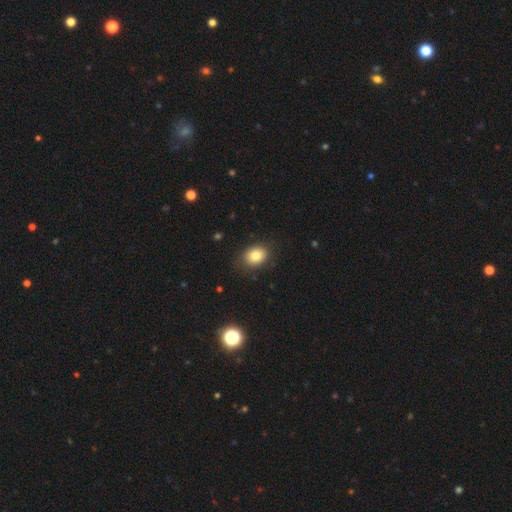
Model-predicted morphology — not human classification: Smooth or featured?
  - smooth: 83% *
  - star or artifact: 10%
  - featured or disk: 8%
How rounded?
  - in between: 61% *
  - round: 39%
  - cigar-shaped: 1%
Merging?
  - none: 84% *
  - minor disturbance: 12%
  - major disturbance: 3%
  - merger: 1%